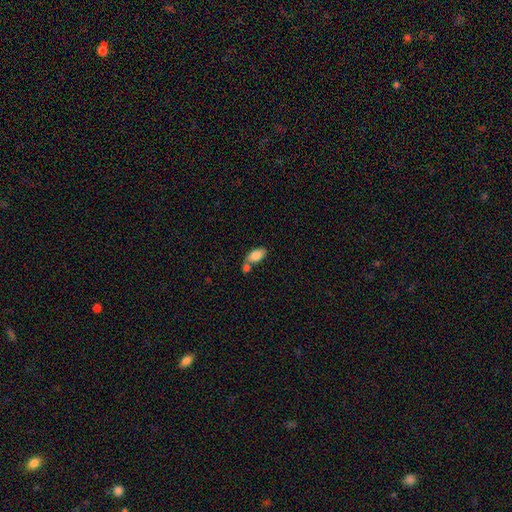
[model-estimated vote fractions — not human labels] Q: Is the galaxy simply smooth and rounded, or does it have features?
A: smooth — 81%.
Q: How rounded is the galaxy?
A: in between — 90%.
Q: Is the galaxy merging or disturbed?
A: none — 54%.